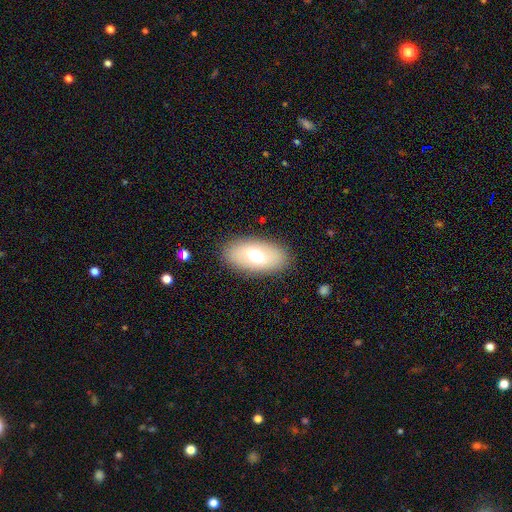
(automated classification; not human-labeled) A smooth galaxy with no disk features (63%) that is in between round and cigar-shaped (90%).

Vote fractions:
- Smooth or featured? smooth: 63% / featured or disk: 27% / star or artifact: 9%
- How rounded? in between: 90% / round: 7% / cigar-shaped: 3%
- Merging? none: 86% / minor disturbance: 9% / major disturbance: 4% / merger: 1%